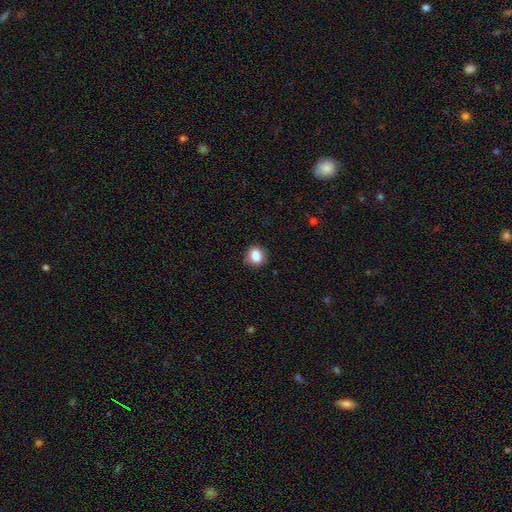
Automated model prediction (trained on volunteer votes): The model was most divided on "how rounded": round: 70%, in between: 29%, cigar-shaped: 1%. More confident: smooth or featured — smooth (86%); merging — none (84%).